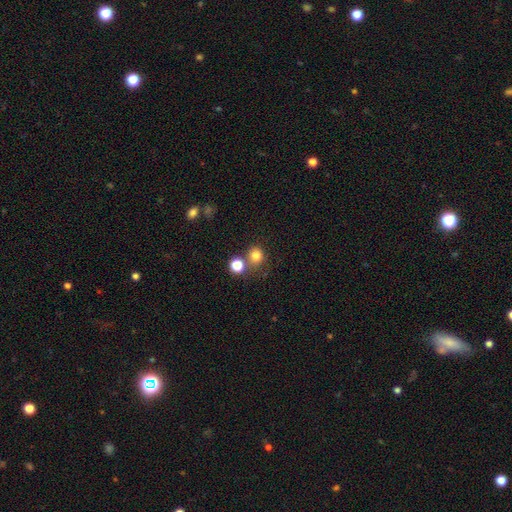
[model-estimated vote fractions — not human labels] Smooth or featured?
  - smooth: 79% *
  - star or artifact: 14%
  - featured or disk: 6%
How rounded?
  - round: 84% *
  - in between: 16%
  - cigar-shaped: 1%
Merging?
  - none: 66% *
  - merger: 20%
  - minor disturbance: 9%
  - major disturbance: 4%